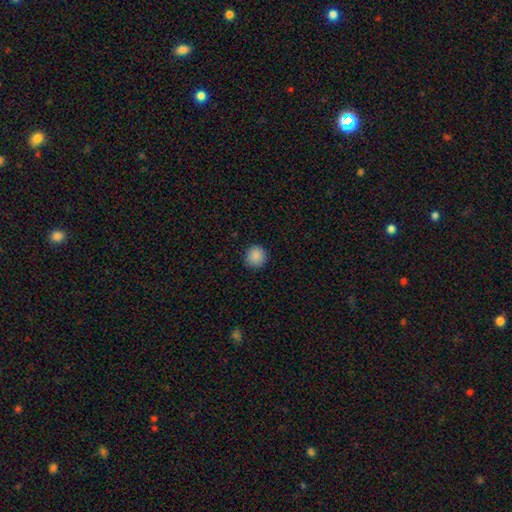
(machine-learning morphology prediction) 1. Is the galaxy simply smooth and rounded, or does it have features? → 88% smooth, 9% star or artifact, 3% featured or disk.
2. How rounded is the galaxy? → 94% round, 5% in between, 1% cigar-shaped.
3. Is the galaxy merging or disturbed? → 91% none, 6% minor disturbance, 2% major disturbance, 1% merger.